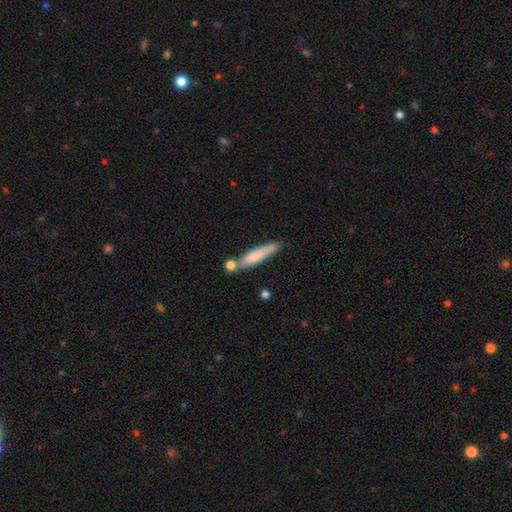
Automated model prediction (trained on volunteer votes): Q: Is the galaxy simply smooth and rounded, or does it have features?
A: smooth — 72%.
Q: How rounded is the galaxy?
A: cigar-shaped — 88%.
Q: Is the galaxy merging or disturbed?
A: none — 63%.